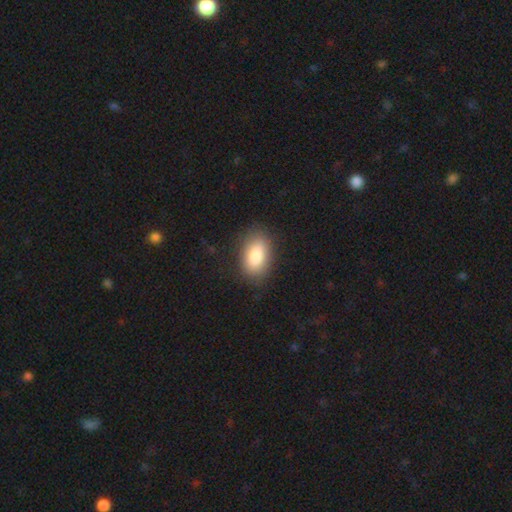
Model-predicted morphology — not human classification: Overall: smooth (86%). How rounded: in between (91%). Merging: none (84%).